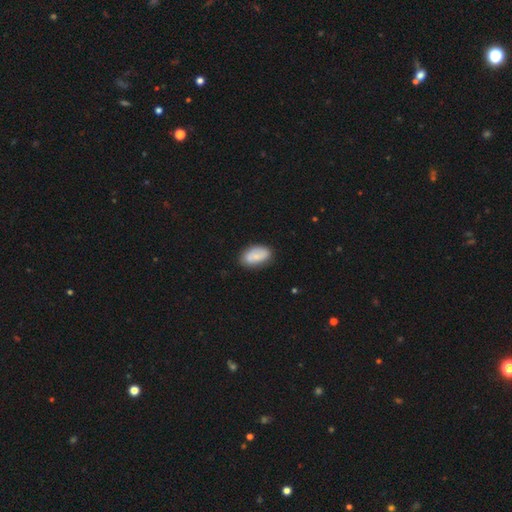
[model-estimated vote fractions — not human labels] A smooth galaxy with no disk features (75%) that is in between round and cigar-shaped (92%). Merging: none (80%).